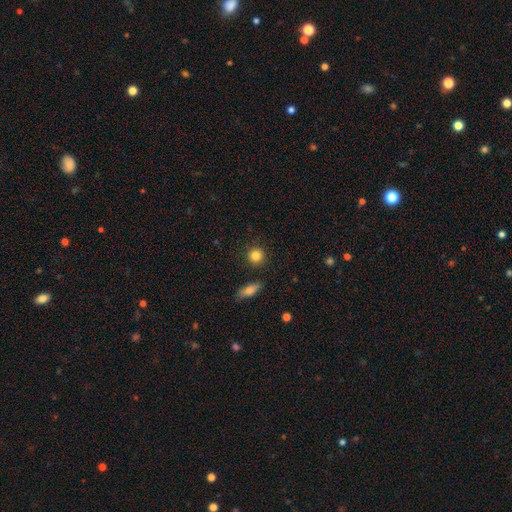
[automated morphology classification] Smooth or featured? Predicted: smooth (p=0.84). How rounded? Predicted: round (p=0.90). Merging? Predicted: none (p=0.89).